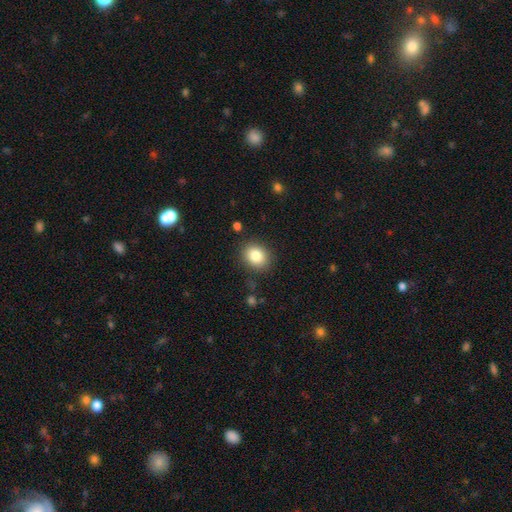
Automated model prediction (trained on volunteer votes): Smooth or featured? Predicted: smooth (p=0.84). How rounded? Predicted: round (p=0.62). Merging? Predicted: none (p=0.86).